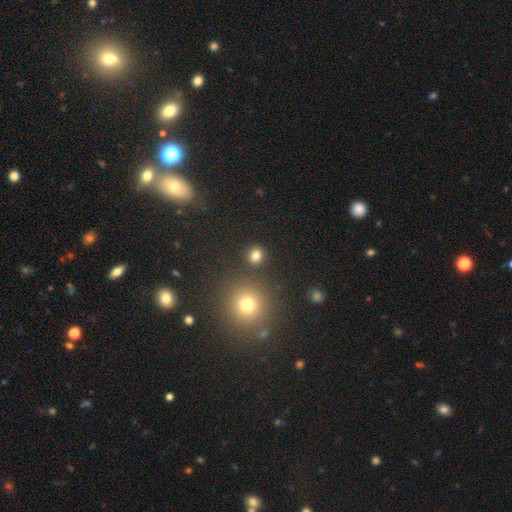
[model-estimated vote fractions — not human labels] Smooth or featured?
  - smooth: 80% *
  - star or artifact: 15%
  - featured or disk: 5%
How rounded?
  - round: 84% *
  - in between: 16%
  - cigar-shaped: 1%
Merging?
  - none: 85% *
  - minor disturbance: 7%
  - merger: 5%
  - major disturbance: 3%